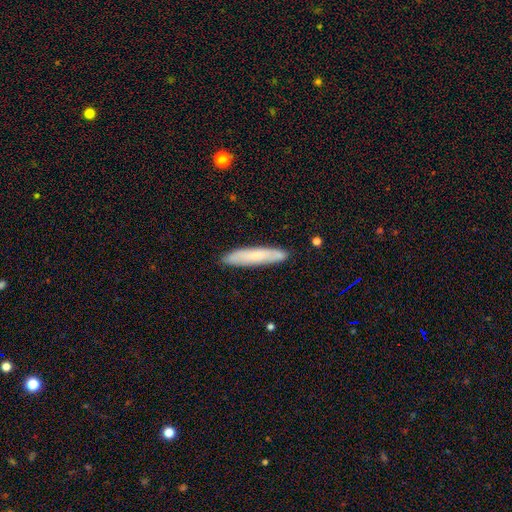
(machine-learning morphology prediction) Smooth or featured? Predicted: smooth (p=0.64). How rounded? Predicted: cigar-shaped (p=0.89). Merging? Predicted: none (p=0.86).